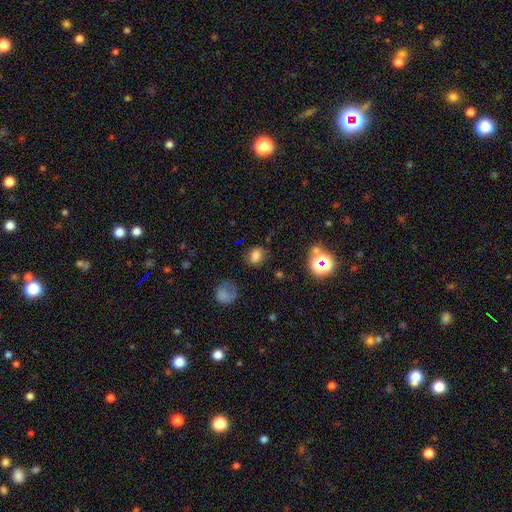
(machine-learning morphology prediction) smooth 74%, star or artifact 18%, featured or disk 8%. Down the decision tree: how rounded — round (72%); merging — none (73%).